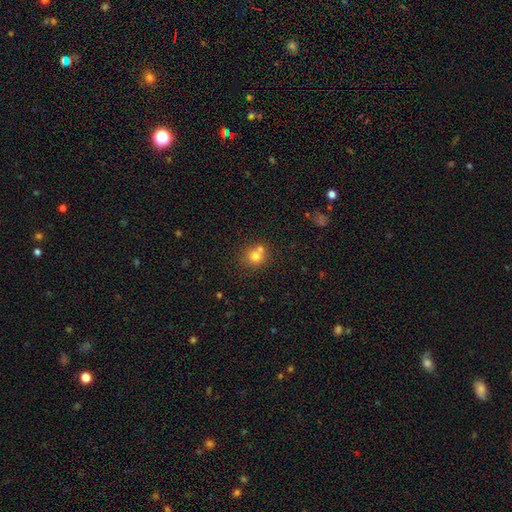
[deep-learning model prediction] The model was most divided on "merging": none: 55%, merger: 33%, minor disturbance: 9%, major disturbance: 3%. More confident: how rounded — round (85%); smooth or featured — smooth (76%).